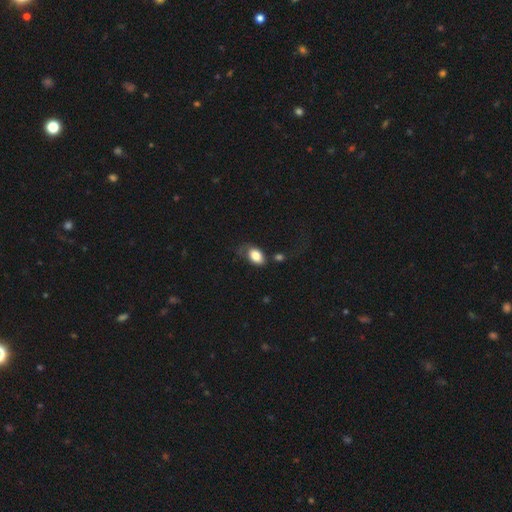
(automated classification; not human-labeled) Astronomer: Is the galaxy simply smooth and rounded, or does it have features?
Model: smooth — 79%.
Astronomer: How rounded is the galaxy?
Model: in between — 87%.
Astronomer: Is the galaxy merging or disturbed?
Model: none — 42% (runner-up: minor disturbance, 27%).